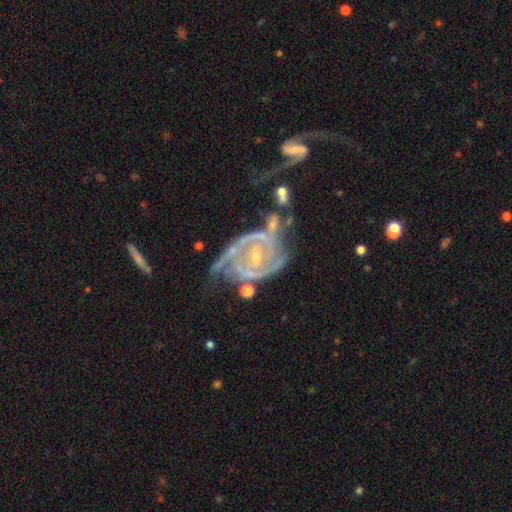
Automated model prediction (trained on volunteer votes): A featured or disk galaxy (90%) with no bar (42%), 2 (65%) tight (47%) spiral arms (96%) and a small central bulge (72%).

Vote fractions:
- Smooth or featured? featured or disk: 90% / star or artifact: 6% / smooth: 4%
- Edge-on disk? no: 97% / yes: 3%
- Bar? no: 42% / weak: 39% / strong: 19%
- Spiral arms? yes: 96% / no: 4%
- Spiral winding? tight: 47% / medium: 40% / loose: 13%
- Spiral arm count? 2: 65% / can't tell: 13% / 3: 11% / 1: 4% / 4: 4% / more than 4: 3%
- Bulge size? small: 72% / moderate: 22% / none: 3% / large: 1% / dominant: 1%
- Merging? none: 29% / merger: 27% / major disturbance: 24% / minor disturbance: 20%